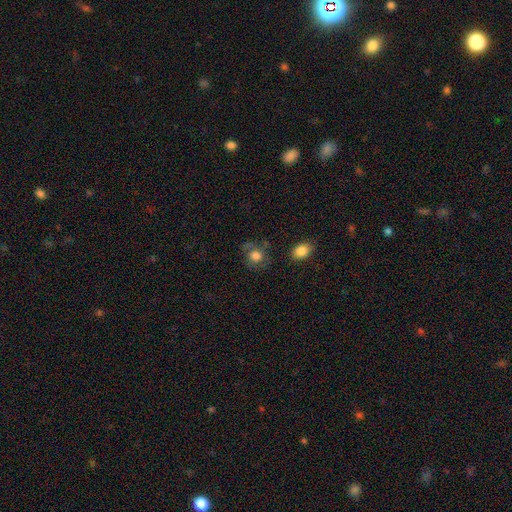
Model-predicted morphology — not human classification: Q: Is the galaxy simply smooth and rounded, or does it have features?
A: smooth — 72%.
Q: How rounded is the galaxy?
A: round — 71%.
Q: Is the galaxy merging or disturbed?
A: none — 60%.